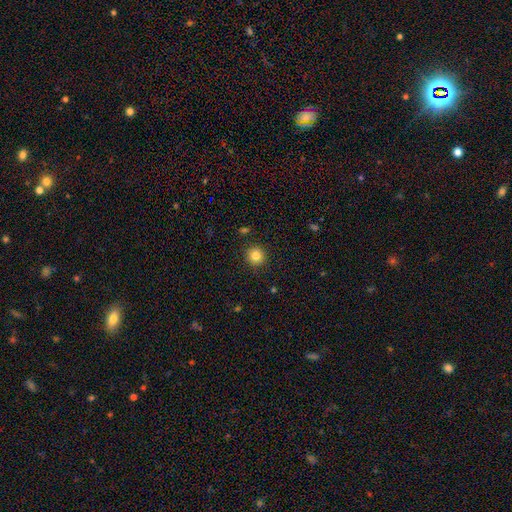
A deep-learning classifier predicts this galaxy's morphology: A smooth galaxy with no disk features (83%) that is round (93%). Merging: none (90%).